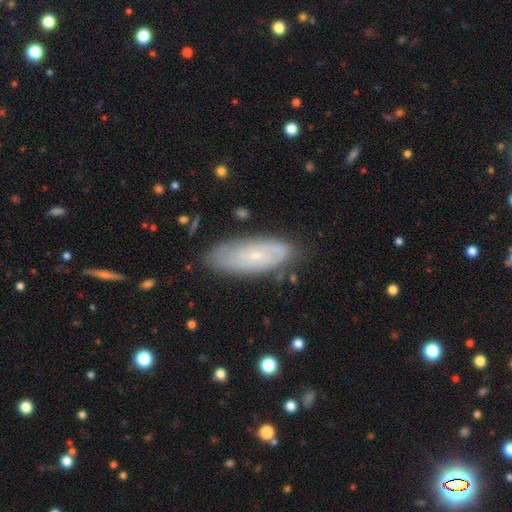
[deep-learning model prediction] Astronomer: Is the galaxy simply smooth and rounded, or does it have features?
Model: featured or disk — 47% (runner-up: smooth, 45%).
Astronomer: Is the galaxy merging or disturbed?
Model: none — 77%.